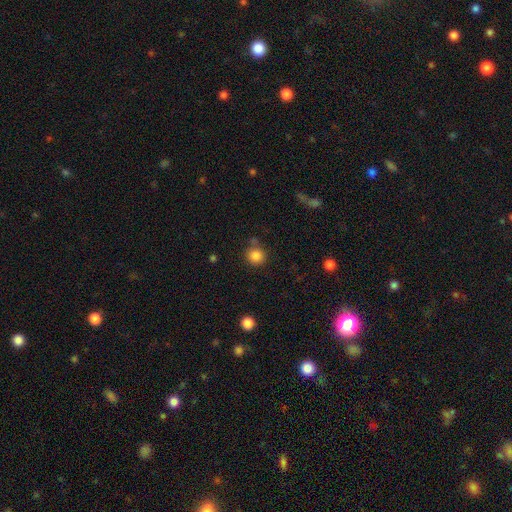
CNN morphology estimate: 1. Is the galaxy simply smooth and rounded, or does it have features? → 85% smooth, 11% star or artifact, 4% featured or disk.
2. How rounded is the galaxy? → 92% round, 7% in between, 1% cigar-shaped.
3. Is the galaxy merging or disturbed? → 78% none, 11% minor disturbance, 8% merger, 4% major disturbance.